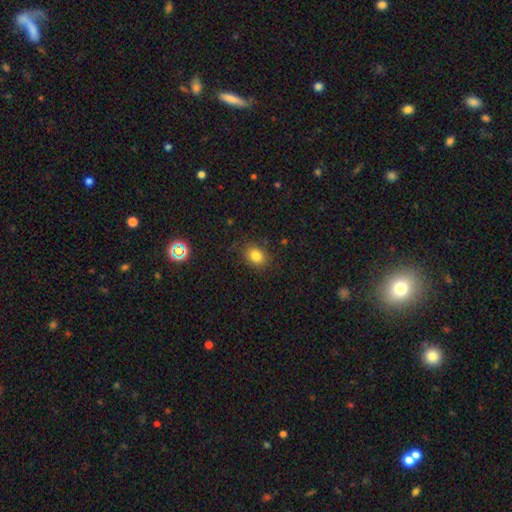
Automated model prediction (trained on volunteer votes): Overall: smooth (81%). How rounded: in between (55%; round 44%). Merging: none (83%).